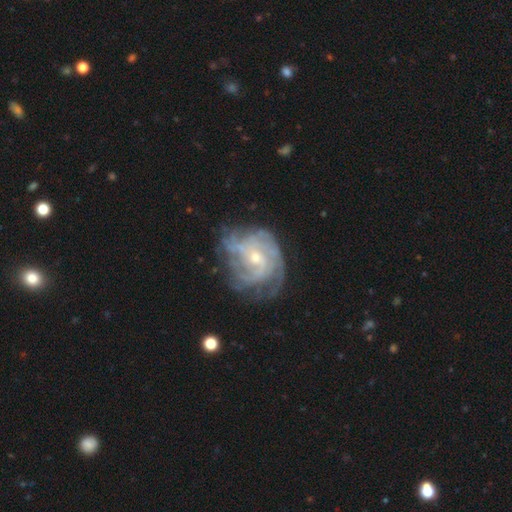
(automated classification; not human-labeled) smooth-or-featured: featured or disk: 83% | star or artifact: 9% | smooth: 8%
  disk-edge-on: no: 97% | yes: 3%
    bar: no: 55% | weak: 36% | strong: 9%
    has-spiral-arms: yes: 93% | no: 7%
      spiral-winding: tight: 57% | medium: 33% | loose: 10%
      spiral-arm-count: can't tell: 38% | 4: 19% | 3: 16% | 2: 10% | more than 4: 10% | 1: 6%
    bulge-size: small: 61% | moderate: 35% | none: 2% | large: 2% | dominant: 1%
  merging: none: 65% | minor disturbance: 20% | major disturbance: 13% | merger: 2%